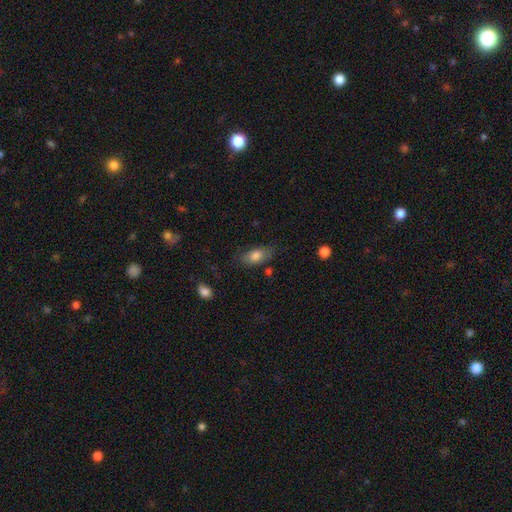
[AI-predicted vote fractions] Smooth or featured?
  - smooth: 78% *
  - featured or disk: 14%
  - star or artifact: 8%
How rounded?
  - in between: 87% *
  - cigar-shaped: 7%
  - round: 6%
Merging?
  - none: 72% *
  - minor disturbance: 19%
  - major disturbance: 6%
  - merger: 3%